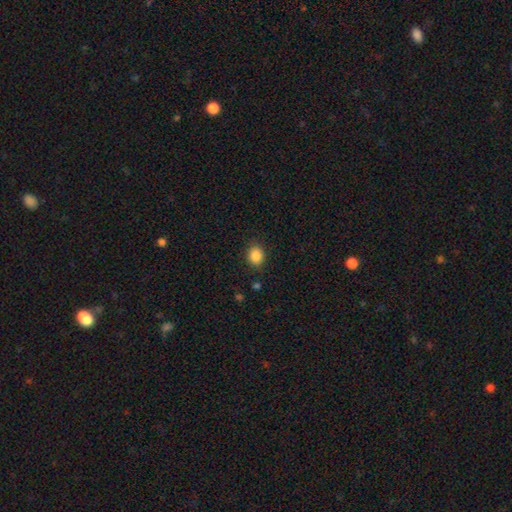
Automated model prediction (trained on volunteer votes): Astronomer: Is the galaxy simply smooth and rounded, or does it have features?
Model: smooth — 87%.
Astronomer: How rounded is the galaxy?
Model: round — 59% (runner-up: in between, 40%).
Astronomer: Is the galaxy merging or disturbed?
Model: none — 84%.